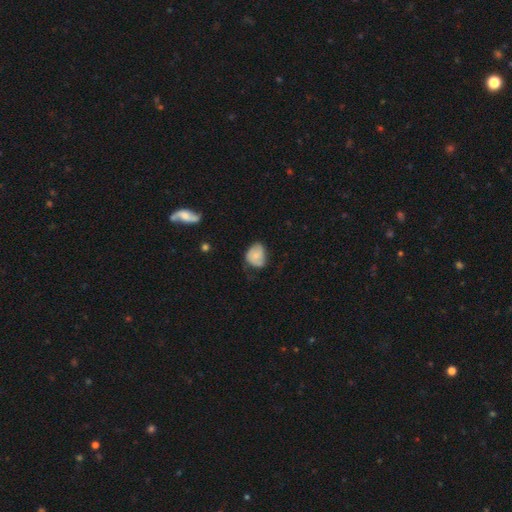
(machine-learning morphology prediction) Overall: smooth (69%). How rounded: in between (58%; round 41%). Merging: minor disturbance (43%; none 42%).